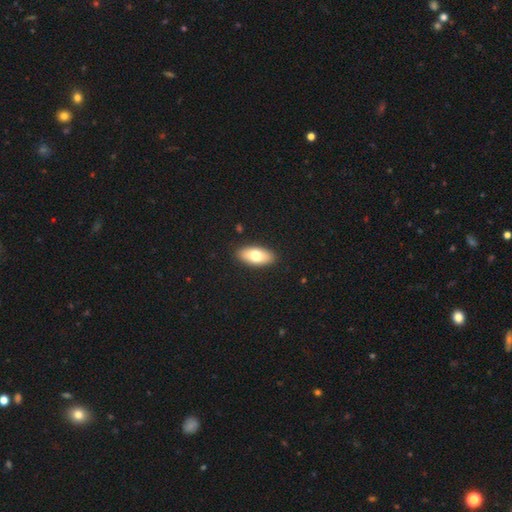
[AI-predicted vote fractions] smooth-or-featured: smooth: 73% | featured or disk: 21% | star or artifact: 6%
  how-rounded: in between: 89% | cigar-shaped: 9% | round: 3%
  merging: none: 90% | minor disturbance: 8% | major disturbance: 2% | merger: 1%